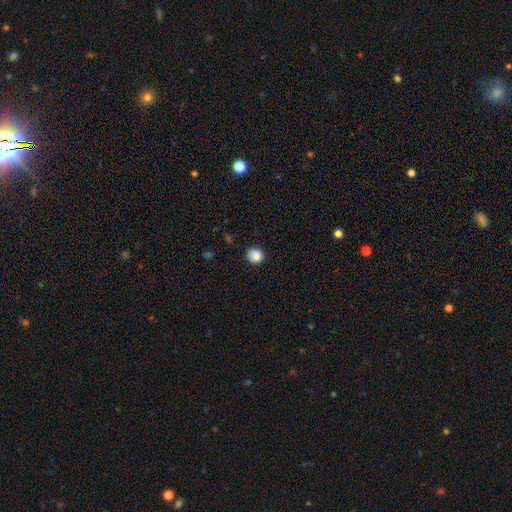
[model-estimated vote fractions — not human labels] smooth_or_featured: smooth (p=0.87) [alt: star or artifact p=0.10]
how_rounded: round (p=0.87) [alt: in between p=0.12]
merging: none (p=0.86) [alt: minor disturbance p=0.10]